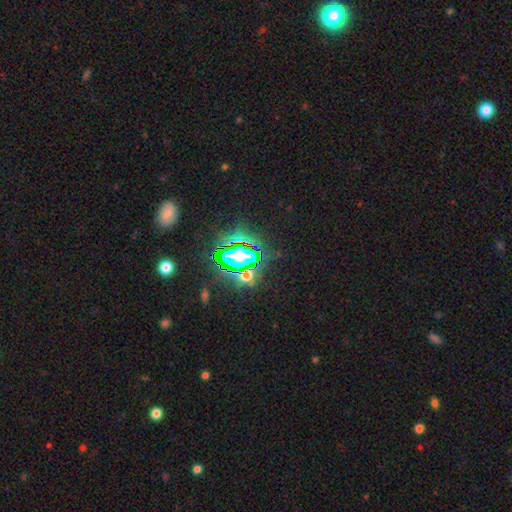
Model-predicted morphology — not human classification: Overall: star or artifact (76%).